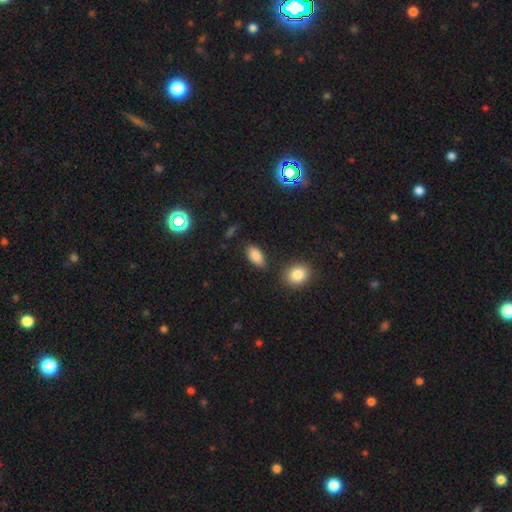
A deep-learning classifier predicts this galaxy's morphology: Q: Smooth or featured?
A: smooth (84%); runner-up: star or artifact (10%)
Q: How rounded?
A: in between (92%); runner-up: round (5%)
Q: Merging?
A: none (80%); runner-up: minor disturbance (13%)